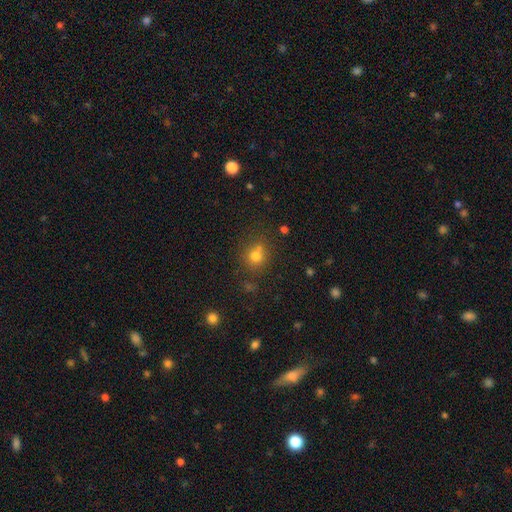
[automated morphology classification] Overall: smooth (74%). How rounded: round (80%). Merging: none (63%).